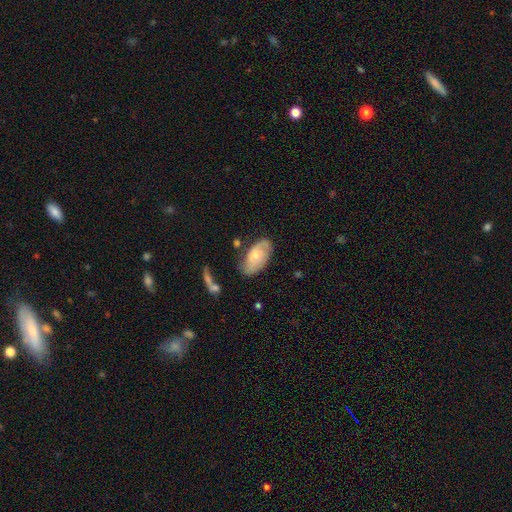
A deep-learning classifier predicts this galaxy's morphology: Q: Smooth or featured?
A: smooth (51%); runner-up: featured or disk (42%)
Q: How rounded?
A: in between (93%); runner-up: round (4%)
Q: Merging?
A: none (65%); runner-up: minor disturbance (24%)